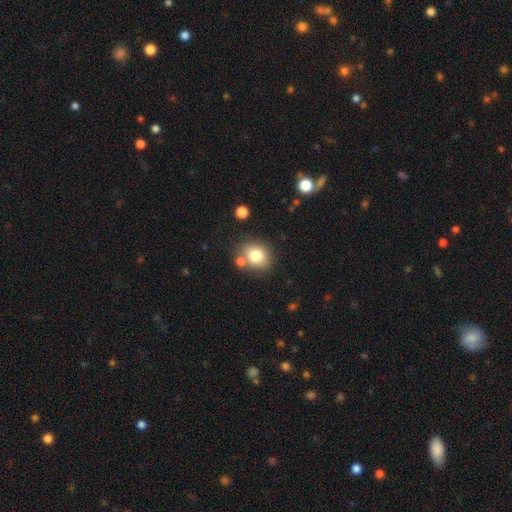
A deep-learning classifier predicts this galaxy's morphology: This is likely a smooth galaxy (79%). How rounded: likely round (63%). Merging: likely none (68%).